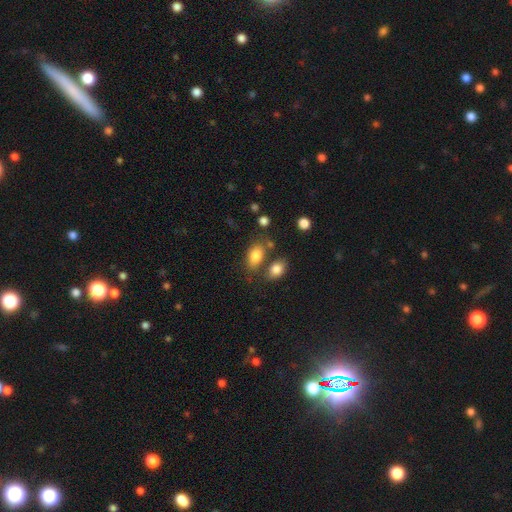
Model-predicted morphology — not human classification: A smooth galaxy with no disk features (82%) that is in between round and cigar-shaped (86%). Merging: none (59%).